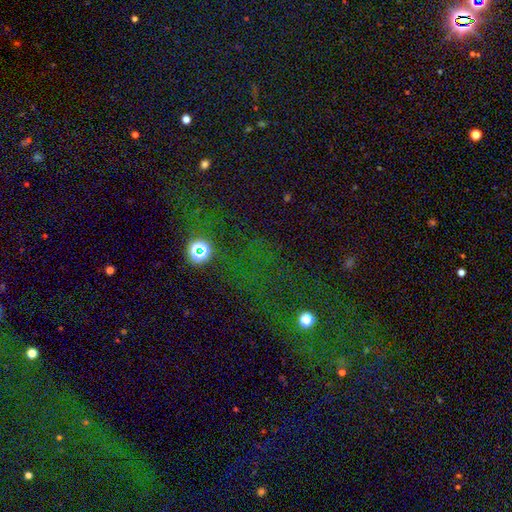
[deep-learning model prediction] Overall: star or artifact (71%).